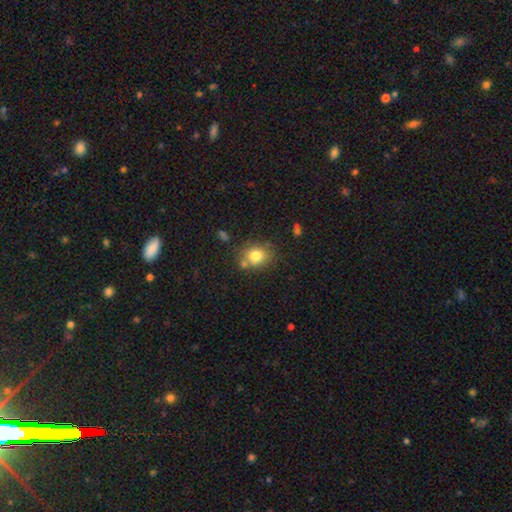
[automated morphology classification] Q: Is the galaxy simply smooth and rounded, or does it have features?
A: smooth — 78%.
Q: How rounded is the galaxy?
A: round — 61%.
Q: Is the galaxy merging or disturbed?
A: none — 70%.